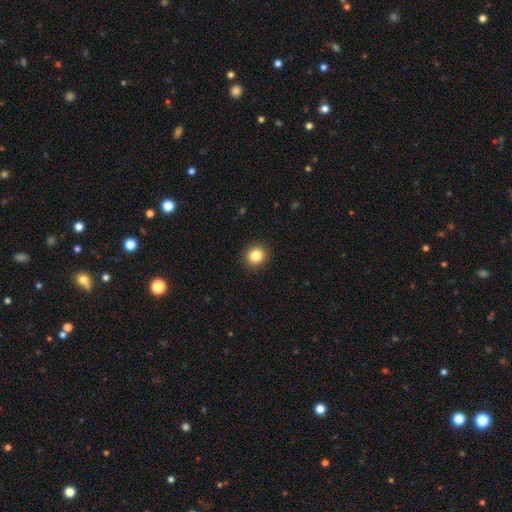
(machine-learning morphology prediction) Overall: smooth (84%). How rounded: round (87%). Merging: none (92%).